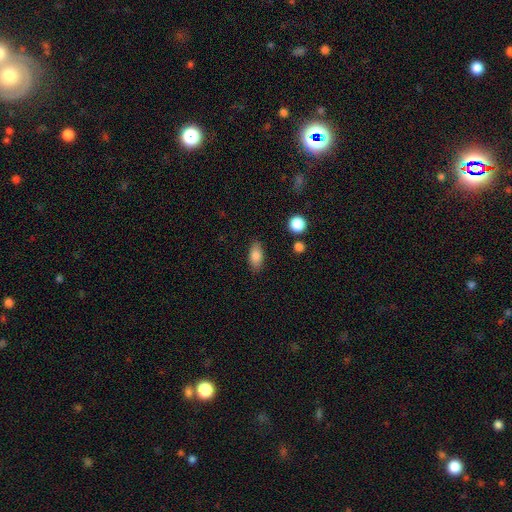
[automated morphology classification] Smooth or featured? smooth (83%)
How rounded? in between (87%)
Merging? none (85%)